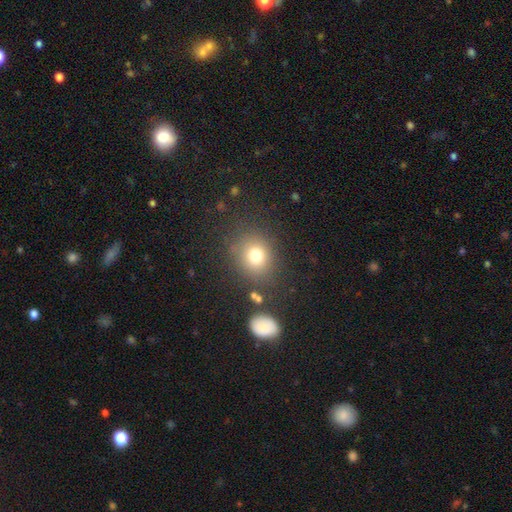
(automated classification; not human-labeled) smooth 76%, star or artifact 15%, featured or disk 9%. Down the decision tree: how rounded — round (78%); merging — none (80%).